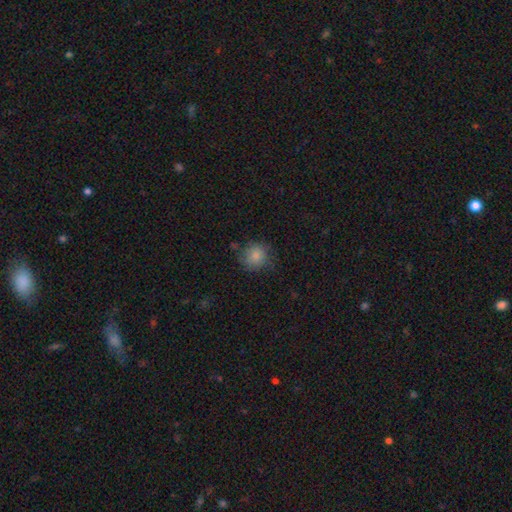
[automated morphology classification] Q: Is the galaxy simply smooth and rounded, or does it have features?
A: smooth — 84%.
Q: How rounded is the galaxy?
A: round — 88%.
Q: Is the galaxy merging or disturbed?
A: none — 73%.